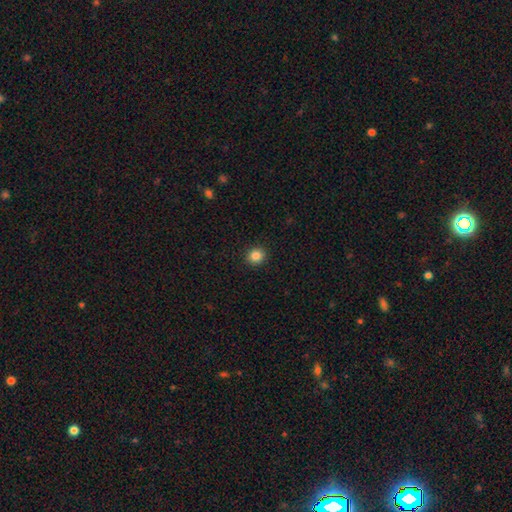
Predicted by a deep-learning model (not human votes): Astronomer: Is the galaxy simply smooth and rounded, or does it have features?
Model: smooth — 85%.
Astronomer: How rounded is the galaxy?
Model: round — 88%.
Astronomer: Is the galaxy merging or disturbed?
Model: none — 93%.